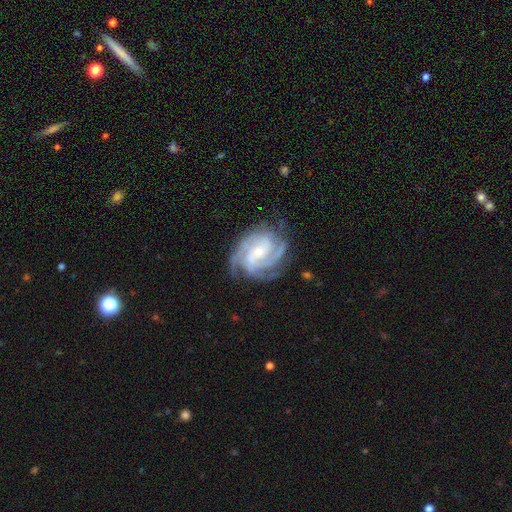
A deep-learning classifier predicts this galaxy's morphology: type=featured or disk (91%); edge-on=no (98%); bar=no (42%); spiral arms=yes (98%); winding=tight (64%); arm count=3 (38%); bulge=small (61%); merging=none (78%).